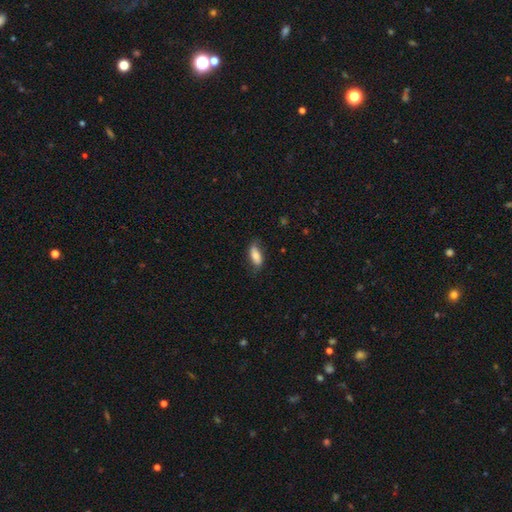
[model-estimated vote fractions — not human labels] Morphology: type=smooth (77%); roundness=in between (82%); merging=none (66%).